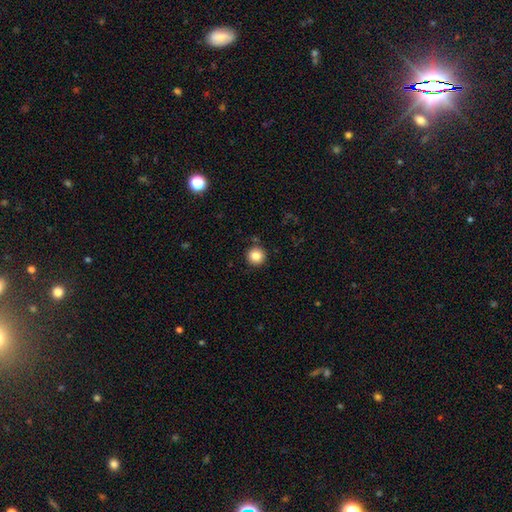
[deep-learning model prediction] smooth-or-featured: smooth: 84% | star or artifact: 10% | featured or disk: 5%
  how-rounded: round: 96% | in between: 3% | cigar-shaped: 1%
  merging: none: 90% | minor disturbance: 6% | merger: 2% | major disturbance: 2%